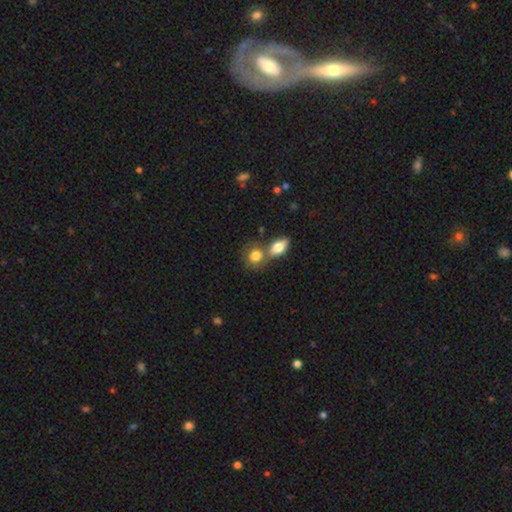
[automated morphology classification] A smooth galaxy with no disk features (80%) that is round (64%).

Vote fractions:
- Smooth or featured? smooth: 80% / featured or disk: 13% / star or artifact: 8%
- How rounded? round: 64% / in between: 35% / cigar-shaped: 2%
- Merging? merger: 45% / none: 41% / minor disturbance: 9% / major disturbance: 4%